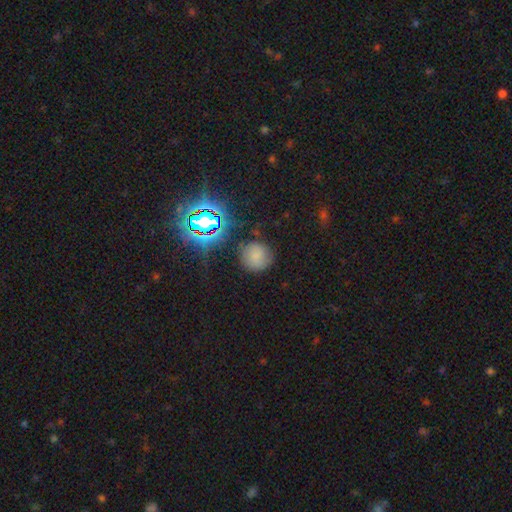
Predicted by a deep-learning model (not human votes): Overall: smooth (66%). How rounded: round (90%). Merging: none (74%).